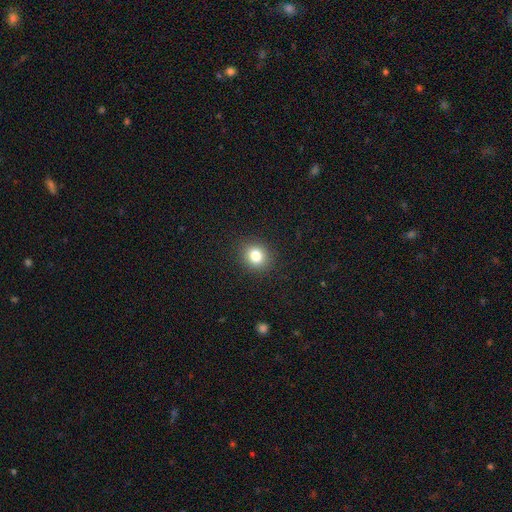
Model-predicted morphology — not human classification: Smooth or featured? Predicted: smooth (p=0.82). How rounded? Predicted: round (p=0.75). Merging? Predicted: none (p=0.90).